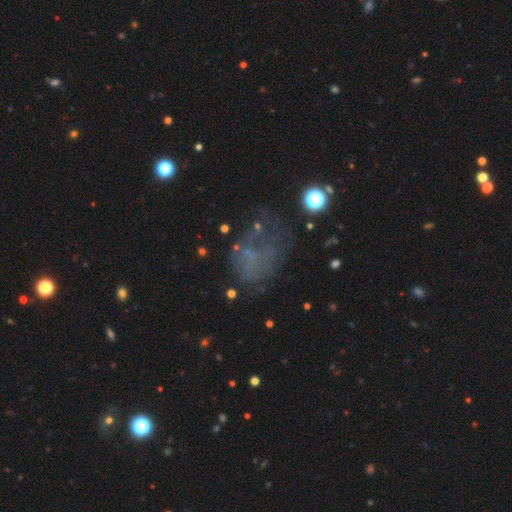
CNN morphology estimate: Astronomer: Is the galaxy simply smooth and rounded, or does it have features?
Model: star or artifact — 43% (runner-up: smooth, 30%).